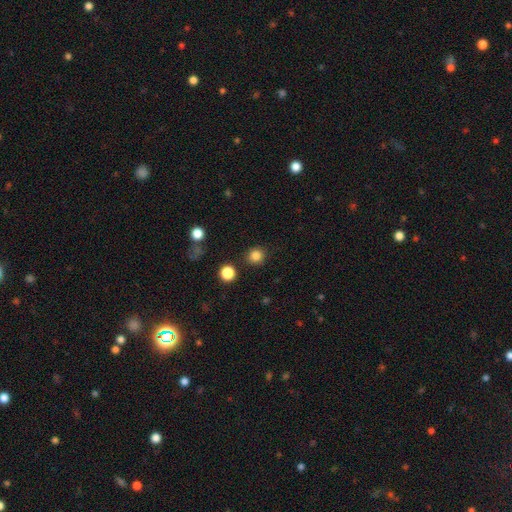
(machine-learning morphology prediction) This appears to be a smooth galaxy with no disk features (83%) that is round (93%). Merging: none (89%).